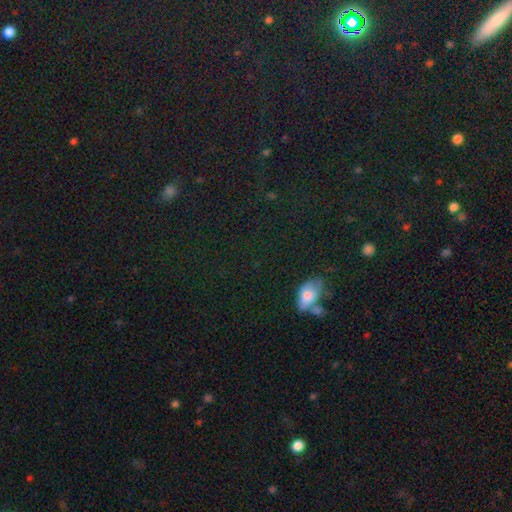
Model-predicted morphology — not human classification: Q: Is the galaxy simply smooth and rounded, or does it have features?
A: smooth — 44%, tied with star or artifact.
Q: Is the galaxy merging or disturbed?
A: none — 62%.